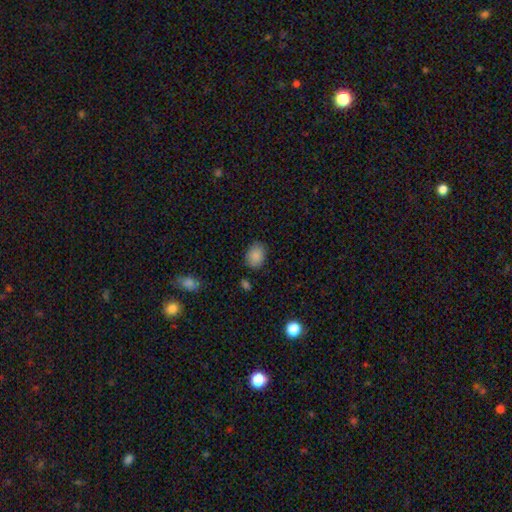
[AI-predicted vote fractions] smooth-or-featured: smooth: 87% | star or artifact: 9% | featured or disk: 4%
  how-rounded: in between: 65% | round: 34% | cigar-shaped: 1%
  merging: none: 81% | minor disturbance: 14% | major disturbance: 3% | merger: 2%